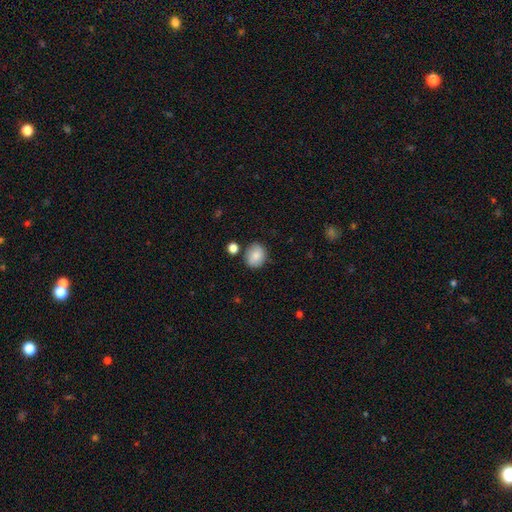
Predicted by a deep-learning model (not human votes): Smooth or featured? smooth (85%)
How rounded? round (65%)
Merging? none (78%)